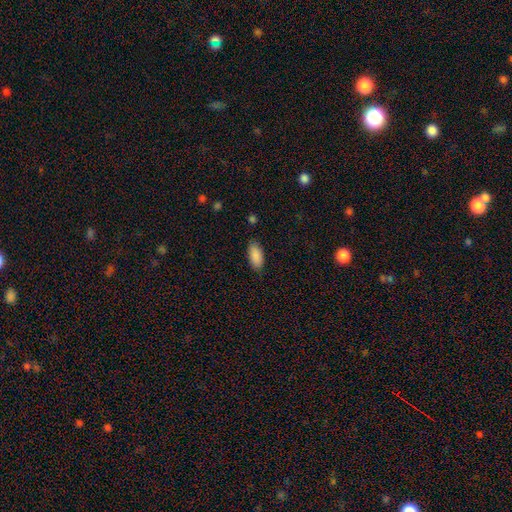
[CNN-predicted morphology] type=smooth (90%); roundness=in between (90%); merging=none (85%).